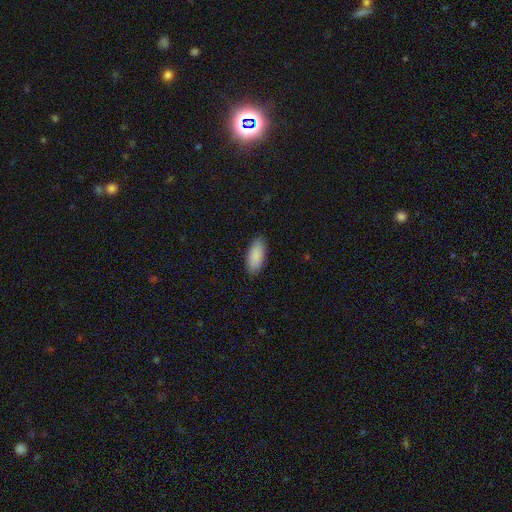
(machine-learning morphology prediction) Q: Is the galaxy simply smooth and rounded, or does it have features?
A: smooth — 90%.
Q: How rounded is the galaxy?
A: in between — 87%.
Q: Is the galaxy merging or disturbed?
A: none — 89%.